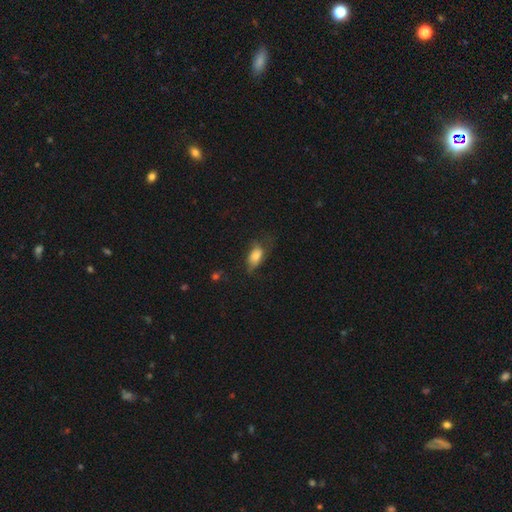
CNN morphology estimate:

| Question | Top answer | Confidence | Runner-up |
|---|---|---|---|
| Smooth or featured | smooth | 74% | featured or disk (16%) |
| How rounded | in between | 86% | round (7%) |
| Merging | none | 45% | minor disturbance (30%) |